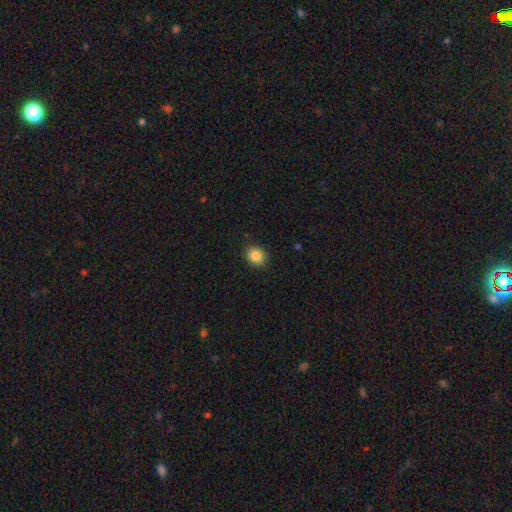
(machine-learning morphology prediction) This is clearly a smooth galaxy (86%). How rounded: likely round (71%). Merging: clearly none (88%).